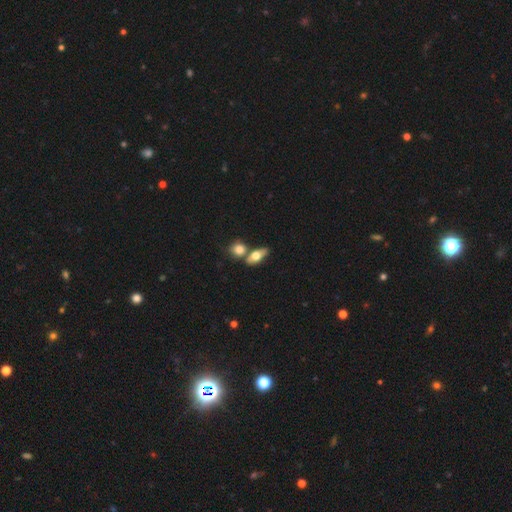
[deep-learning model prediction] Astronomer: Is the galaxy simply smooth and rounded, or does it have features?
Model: smooth — 62%.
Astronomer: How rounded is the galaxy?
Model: in between — 75%.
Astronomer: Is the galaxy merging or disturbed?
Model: none — 47% (runner-up: merger, 37%).